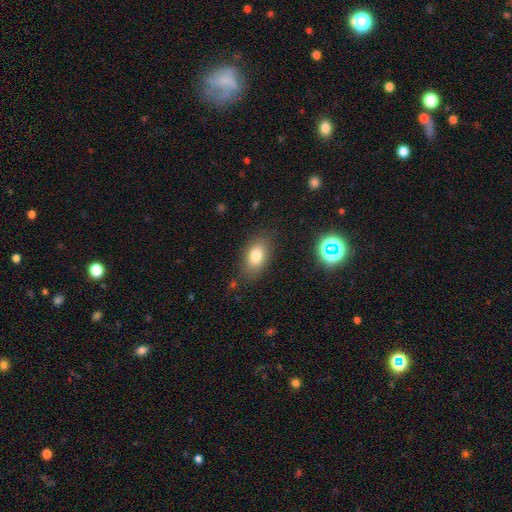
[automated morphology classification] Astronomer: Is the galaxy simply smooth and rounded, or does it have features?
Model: smooth — 79%.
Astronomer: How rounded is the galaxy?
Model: in between — 86%.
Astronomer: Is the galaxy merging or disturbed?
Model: none — 80%.